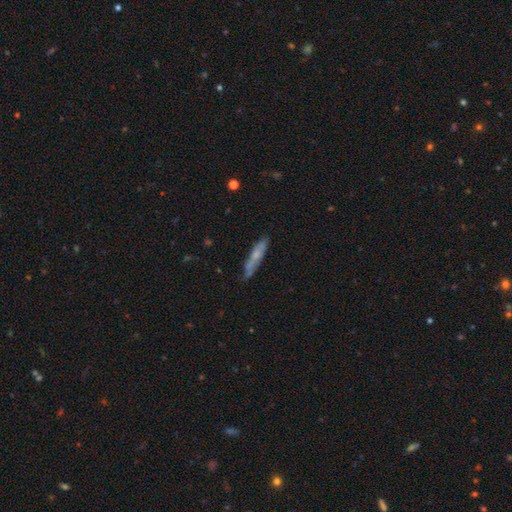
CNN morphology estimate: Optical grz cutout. It shows a smooth galaxy with no disk features (52%) that is cigar-shaped (88%). Merging: none (76%).